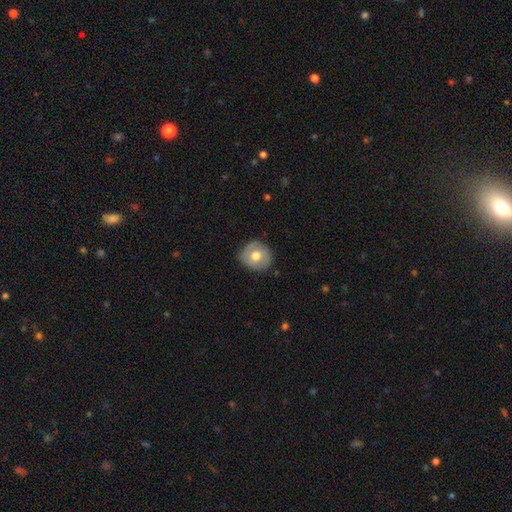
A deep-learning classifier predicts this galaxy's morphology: This is likely a smooth galaxy (62%). How rounded: clearly round (83%). Merging: clearly none (81%).